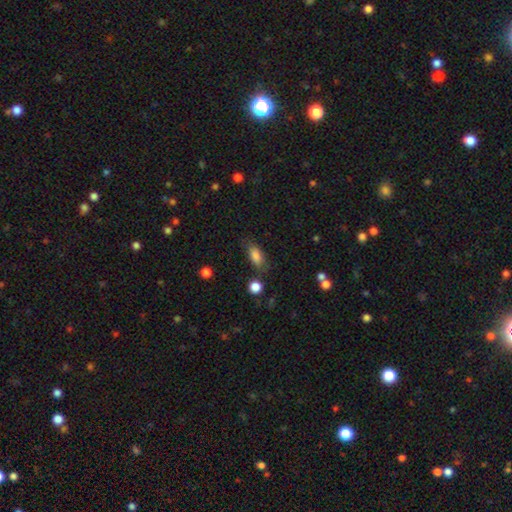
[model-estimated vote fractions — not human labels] Q: Smooth or featured?
A: smooth (82%); runner-up: featured or disk (9%)
Q: How rounded?
A: in between (83%); runner-up: cigar-shaped (13%)
Q: Merging?
A: none (72%); runner-up: minor disturbance (19%)